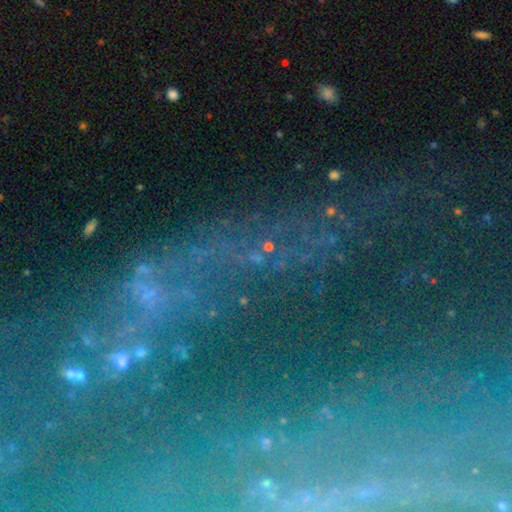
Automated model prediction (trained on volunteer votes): star or artifact 63%, featured or disk 21%, smooth 16%.